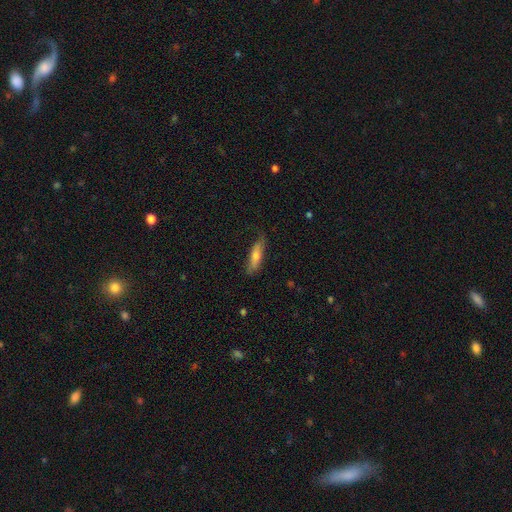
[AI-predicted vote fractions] This is possibly a smooth galaxy (55%). How rounded: likely cigar-shaped (71%). Merging: likely none (76%).